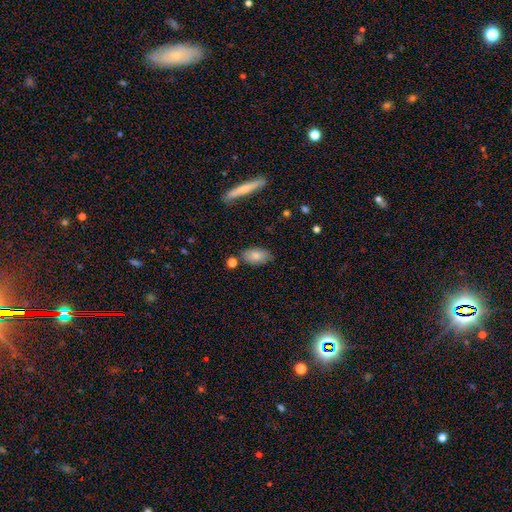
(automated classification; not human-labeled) Smooth or featured? Predicted: smooth (p=0.80). How rounded? Predicted: in between (p=0.91). Merging? Predicted: none (p=0.78).